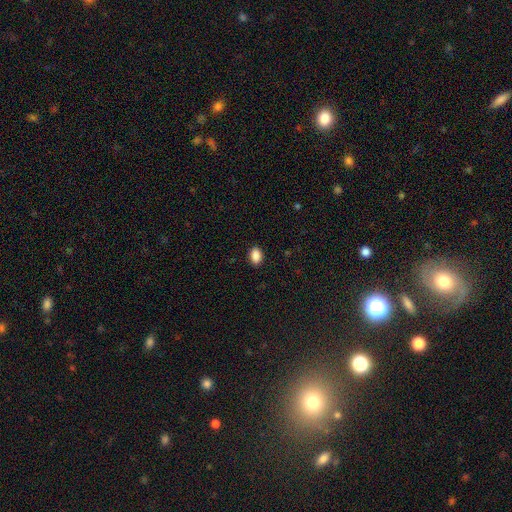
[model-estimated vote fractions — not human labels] Smooth or featured? Predicted: smooth (p=0.89). How rounded? Predicted: in between (p=0.86). Merging? Predicted: none (p=0.89).